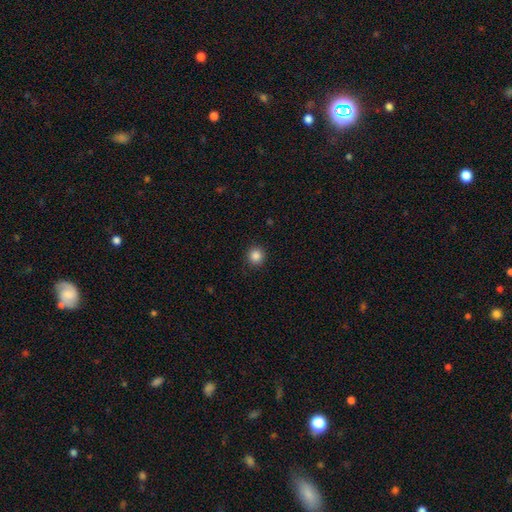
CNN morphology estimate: smooth 86%, star or artifact 10%, featured or disk 3%. Down the decision tree: how rounded — round (95%); merging — none (92%).